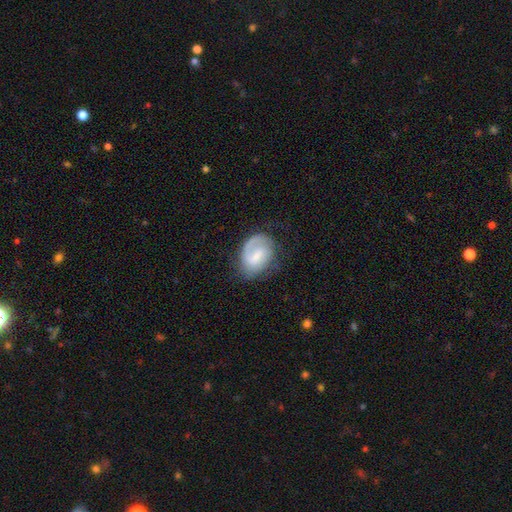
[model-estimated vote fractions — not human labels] Smooth or featured: featured or disk — 66% (smooth — 28%)
Edge-on disk: no — 97% (yes — 3%)
Bar: weak — 56% (no — 26%)
Spiral arms: yes — 90% (no — 10%)
Spiral winding: medium — 40% (tight — 38%)
Spiral arm count: 1 — 48% (2 — 39%)
Bulge size: small — 42% (moderate — 29%)
Merging: none — 64% (minor disturbance — 22%)